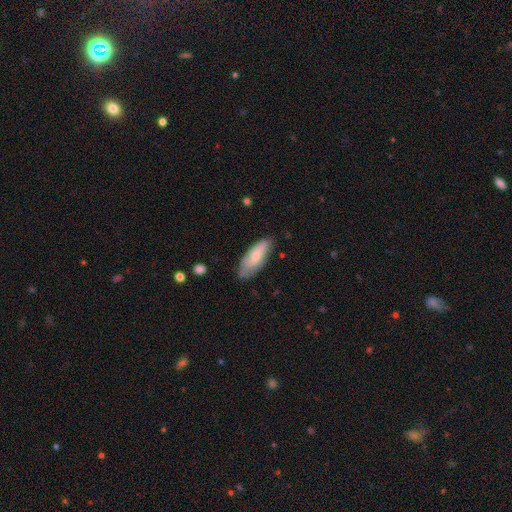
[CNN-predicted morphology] Smooth or featured?
  - smooth: 74% *
  - featured or disk: 20%
  - star or artifact: 6%
How rounded?
  - in between: 67% *
  - cigar-shaped: 31%
  - round: 2%
Merging?
  - none: 71% *
  - minor disturbance: 23%
  - major disturbance: 4%
  - merger: 2%